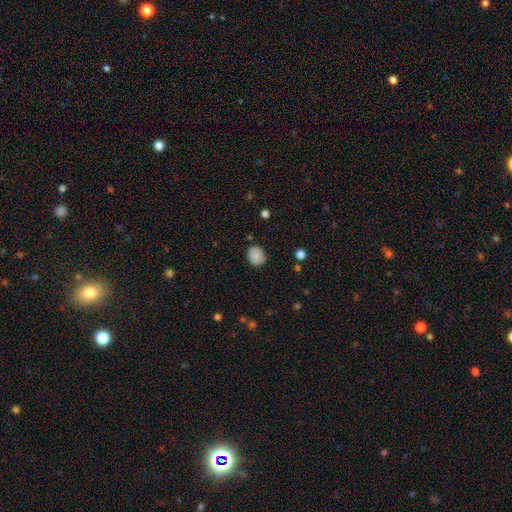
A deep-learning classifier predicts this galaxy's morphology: smooth 87%, star or artifact 8%, featured or disk 5%. Down the decision tree: how rounded — round (56%); merging — none (82%).